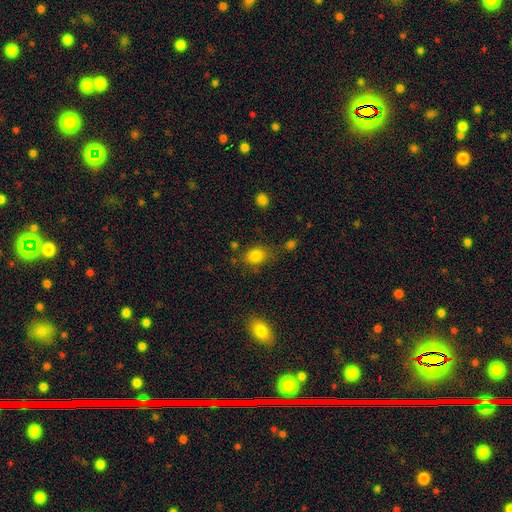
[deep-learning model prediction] Q: Smooth or featured?
A: smooth (82%); runner-up: star or artifact (11%)
Q: How rounded?
A: in between (57%); runner-up: round (41%)
Q: Merging?
A: none (70%); runner-up: minor disturbance (17%)